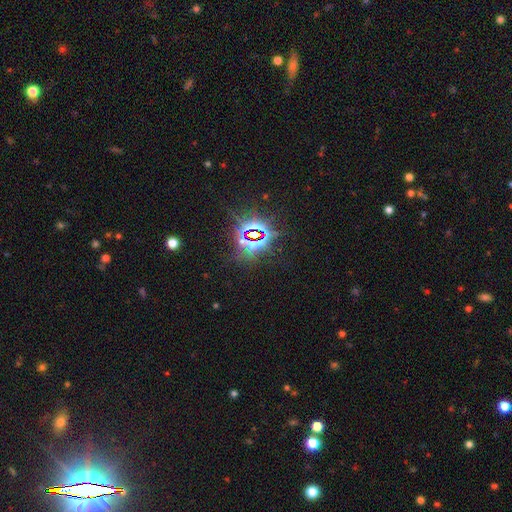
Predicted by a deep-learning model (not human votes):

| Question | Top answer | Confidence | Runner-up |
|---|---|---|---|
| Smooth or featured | star or artifact | 84% | smooth (9%) |